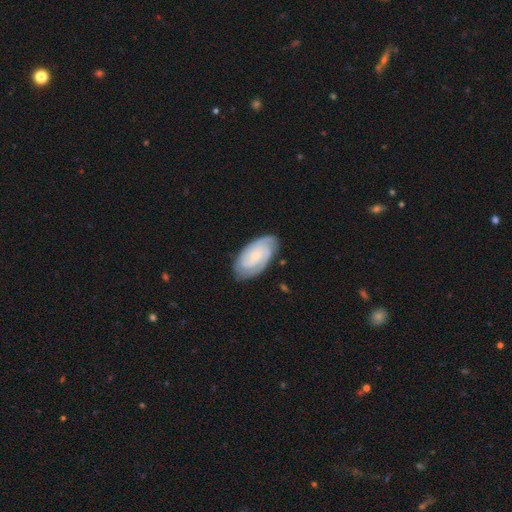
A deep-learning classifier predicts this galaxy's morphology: Smooth or featured: featured or disk — 77% (smooth — 17%)
Edge-on disk: no — 96% (yes — 4%)
Bar: no — 64% (weak — 30%)
Spiral arms: yes — 96% (no — 4%)
Spiral winding: tight — 68% (medium — 27%)
Spiral arm count: 2 — 43% (3 — 23%)
Bulge size: small — 68% (moderate — 15%)
Merging: none — 79% (minor disturbance — 16%)